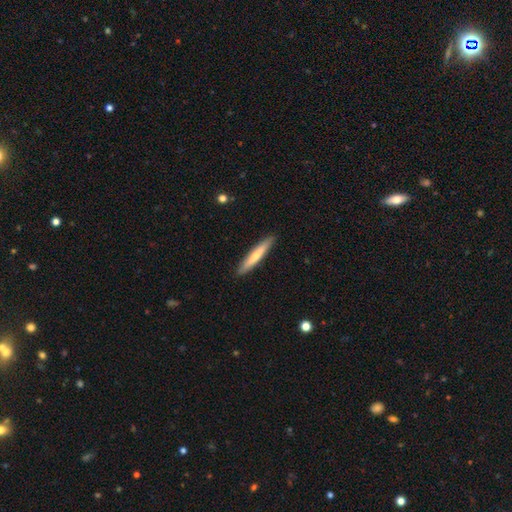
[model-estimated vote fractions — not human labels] Smooth or featured: smooth — 62% (featured or disk — 33%)
How rounded: cigar-shaped — 93% (in between — 6%)
Merging: none — 91% (minor disturbance — 7%)